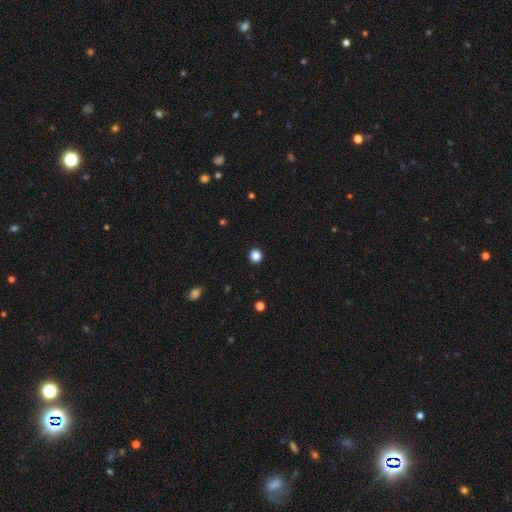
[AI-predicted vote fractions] This is clearly a smooth galaxy (85%). How rounded: clearly round (92%). Merging: clearly none (93%).